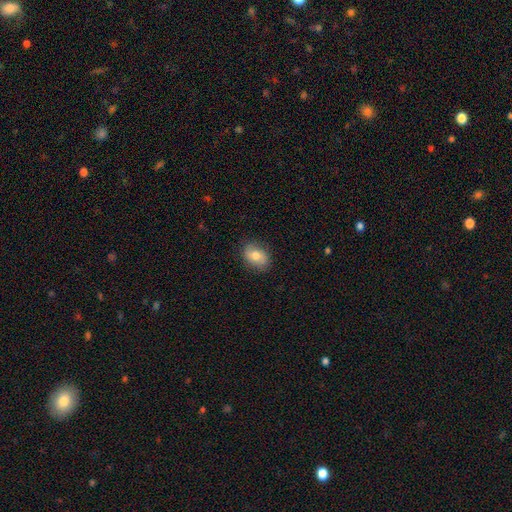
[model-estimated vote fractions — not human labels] smooth-or-featured: smooth: 73% | featured or disk: 19% | star or artifact: 8%
  how-rounded: in between: 73% | round: 26% | cigar-shaped: 1%
  merging: none: 84% | minor disturbance: 12% | major disturbance: 3% | merger: 1%